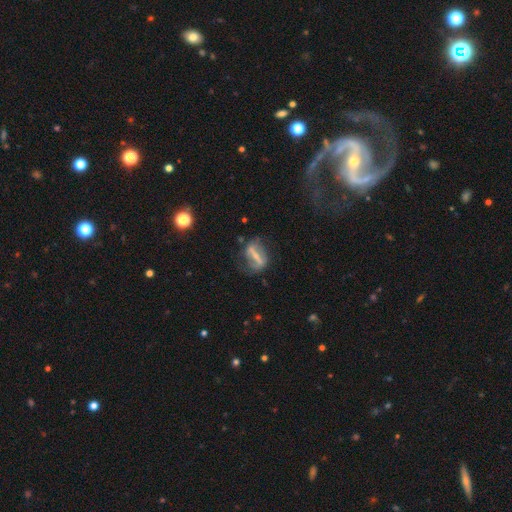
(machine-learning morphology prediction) Overall: featured or disk (65%; smooth 25%). Edge-on disk: no (87%). Bar: strong (75%). Spiral arms: yes (52%; no 48%). Bulge size: none (38%; small 37%). Merging: none (56%; minor disturbance 22%).